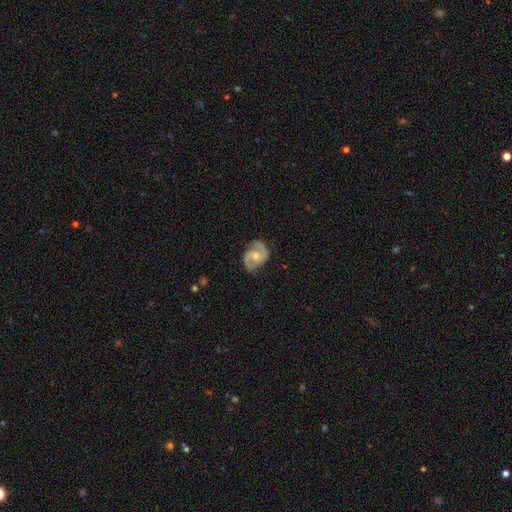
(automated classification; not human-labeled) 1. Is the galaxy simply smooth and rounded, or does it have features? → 83% featured or disk, 12% smooth, 5% star or artifact.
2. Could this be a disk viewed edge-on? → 97% no, 3% yes.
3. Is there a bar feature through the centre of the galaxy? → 57% no, 34% weak, 8% strong.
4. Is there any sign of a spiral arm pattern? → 93% yes, 7% no.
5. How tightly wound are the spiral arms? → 49% medium, 35% tight, 15% loose.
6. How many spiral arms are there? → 89% 2, 5% can't tell, 3% 1, 1% 3, 1% 4, 1% more than 4.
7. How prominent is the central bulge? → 72% moderate, 20% small, 5% large, 2% none, 1% dominant.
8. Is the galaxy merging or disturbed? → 80% none, 15% minor disturbance, 4% major disturbance, 1% merger.